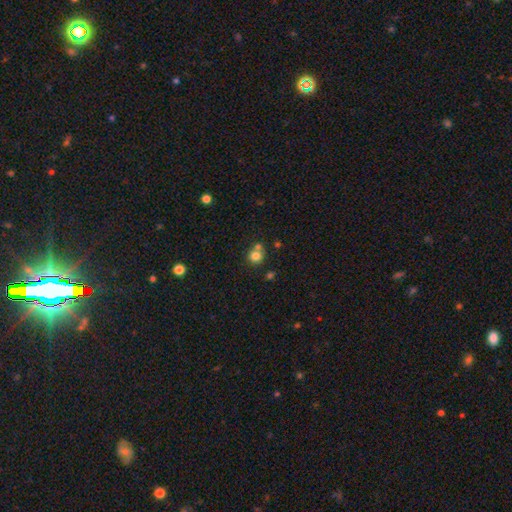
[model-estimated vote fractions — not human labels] Smooth or featured: smooth — 79% (star or artifact — 13%)
How rounded: round — 86% (in between — 13%)
Merging: none — 55% (merger — 33%)